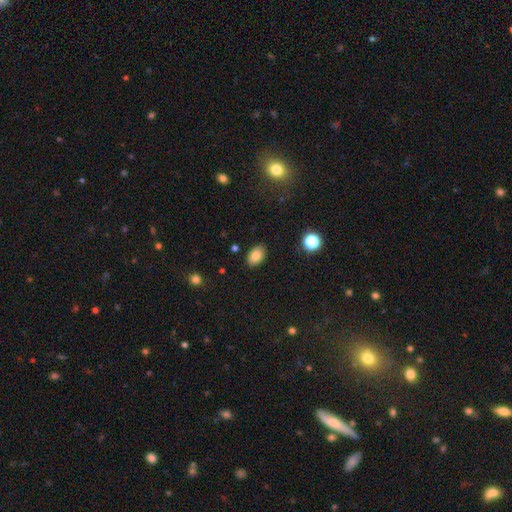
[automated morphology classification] type=smooth (81%); roundness=in between (85%); merging=none (87%).